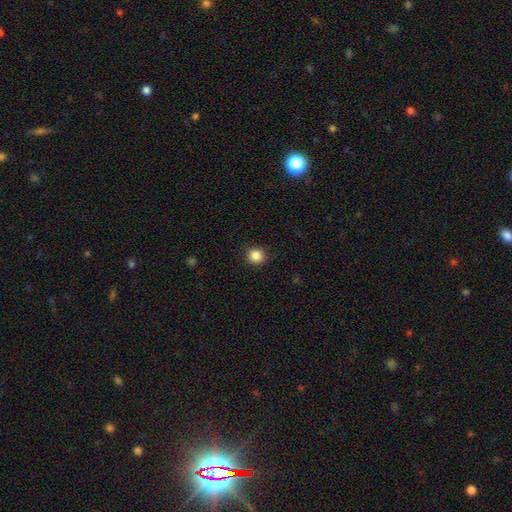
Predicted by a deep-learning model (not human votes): smooth-or-featured: smooth: 85% | star or artifact: 11% | featured or disk: 4%
  how-rounded: round: 94% | in between: 5% | cigar-shaped: 1%
  merging: none: 91% | minor disturbance: 6% | major disturbance: 2% | merger: 1%